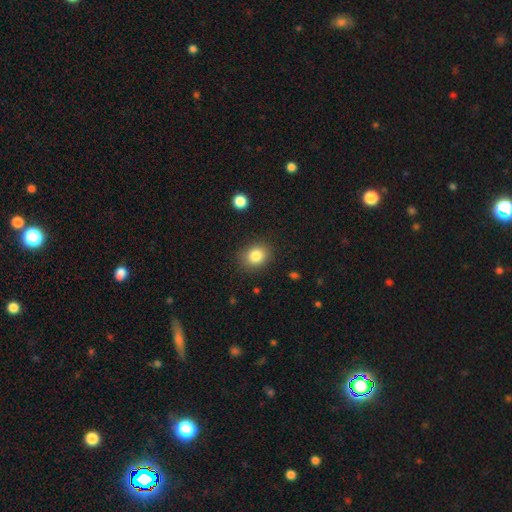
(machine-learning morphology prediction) Overall: smooth (83%). How rounded: round (66%; in between 33%). Merging: none (87%).